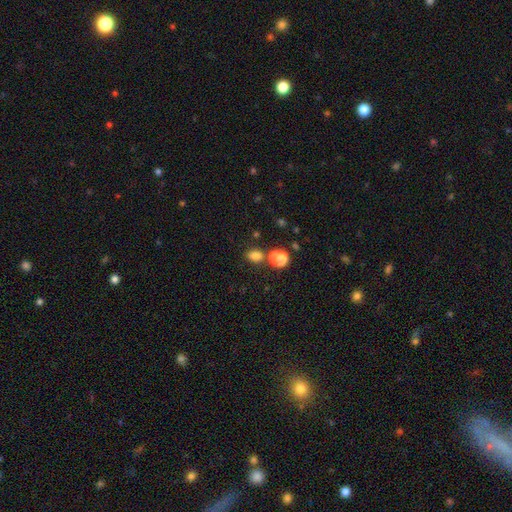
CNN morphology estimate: Smooth or featured?
  - smooth: 74% *
  - star or artifact: 17%
  - featured or disk: 9%
How rounded?
  - in between: 63% *
  - round: 36%
  - cigar-shaped: 1%
Merging?
  - none: 57% *
  - merger: 29%
  - minor disturbance: 10%
  - major disturbance: 5%